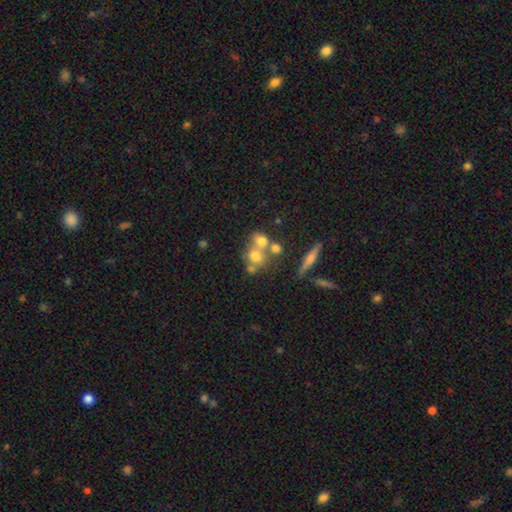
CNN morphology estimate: Q: Smooth or featured?
A: smooth (60%); runner-up: featured or disk (26%)
Q: How rounded?
A: round (68%); runner-up: in between (29%)
Q: Merging?
A: merger (48%); runner-up: none (37%)